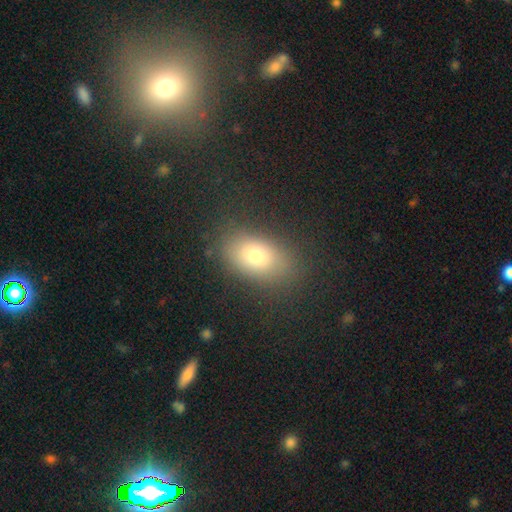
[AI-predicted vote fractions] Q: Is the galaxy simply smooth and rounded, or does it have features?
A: smooth — 74%.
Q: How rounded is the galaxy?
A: in between — 81%.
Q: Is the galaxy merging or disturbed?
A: none — 81%.